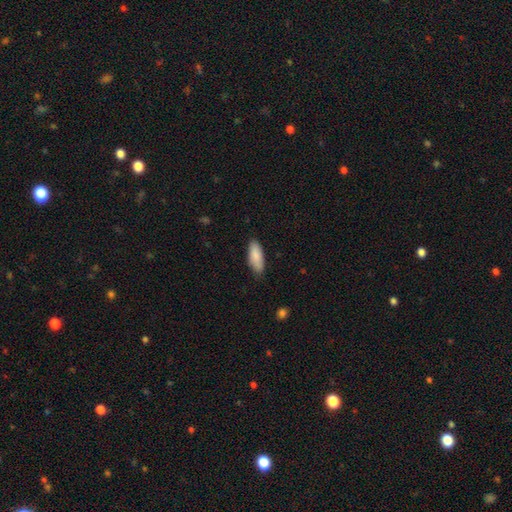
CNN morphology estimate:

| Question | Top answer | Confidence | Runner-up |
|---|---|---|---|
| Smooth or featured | smooth | 88% | featured or disk (7%) |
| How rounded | in between | 76% | cigar-shaped (23%) |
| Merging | none | 81% | minor disturbance (15%) |